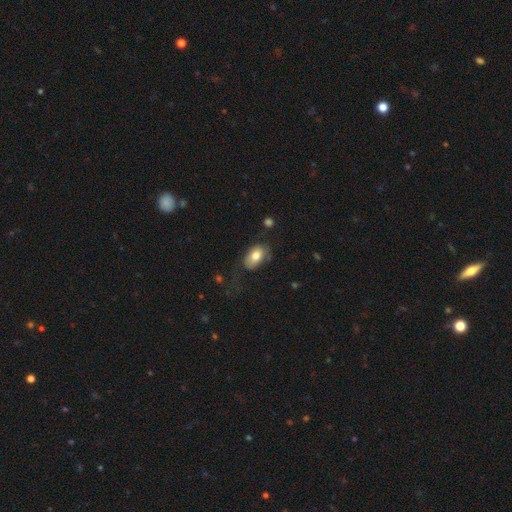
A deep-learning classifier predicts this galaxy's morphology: Q: Smooth or featured?
A: smooth (76%); runner-up: featured or disk (17%)
Q: How rounded?
A: in between (90%); runner-up: round (8%)
Q: Merging?
A: none (54%); runner-up: minor disturbance (25%)